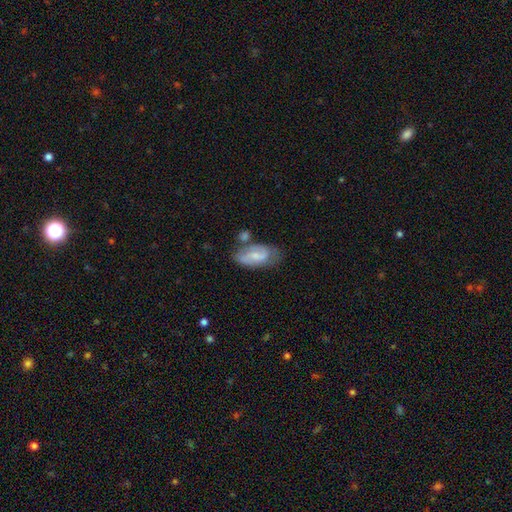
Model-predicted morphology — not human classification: Q: Smooth or featured?
A: featured or disk (54%); runner-up: smooth (39%)
Q: Edge-on disk?
A: no (94%); runner-up: yes (6%)
Q: Bar?
A: weak (50%); runner-up: no (29%)
Q: Spiral arms?
A: yes (80%); runner-up: no (20%)
Q: Bulge size?
A: small (48%); runner-up: moderate (33%)
Q: Merging?
A: none (54%); runner-up: minor disturbance (24%)